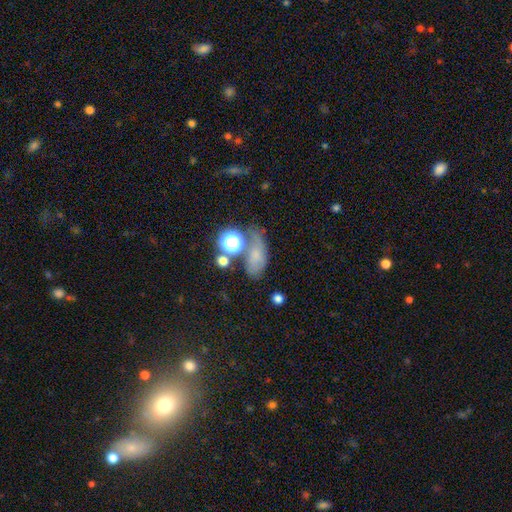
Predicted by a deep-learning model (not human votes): Overall: smooth (58%; featured or disk 22%). How rounded: in between (74%). Merging: none (43%; minor disturbance 23%).